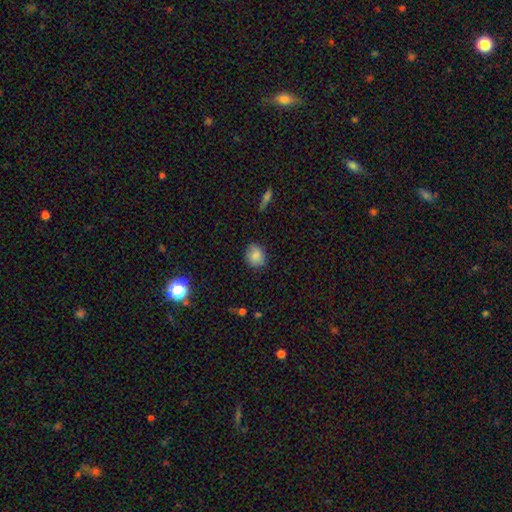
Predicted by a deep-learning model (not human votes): This is clearly a smooth galaxy (81%). How rounded: likely round (71%). Merging: clearly none (80%).